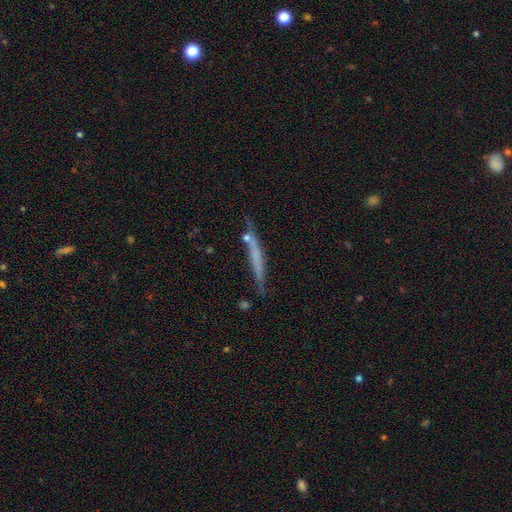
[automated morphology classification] The model was most divided on "smooth or featured": smooth: 49%, featured or disk: 43%, star or artifact: 8%. More confident: merging — none (73%).